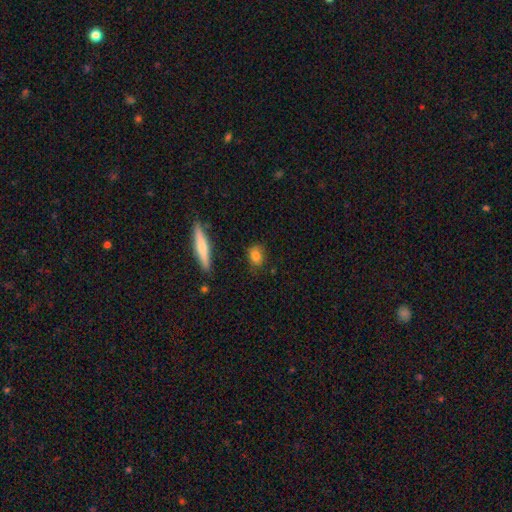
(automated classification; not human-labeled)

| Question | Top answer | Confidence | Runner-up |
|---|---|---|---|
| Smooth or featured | smooth | 81% | featured or disk (11%) |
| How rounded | in between | 56% | round (36%) |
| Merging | none | 81% | minor disturbance (14%) |